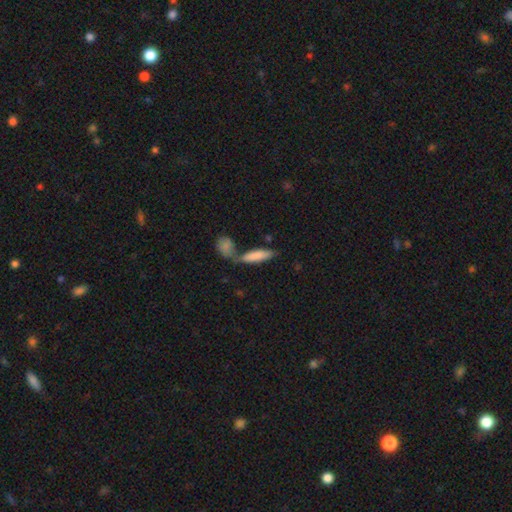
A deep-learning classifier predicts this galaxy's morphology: Q: Smooth or featured?
A: smooth (82%); runner-up: featured or disk (12%)
Q: How rounded?
A: cigar-shaped (55%); runner-up: in between (43%)
Q: Merging?
A: none (45%); runner-up: merger (37%)